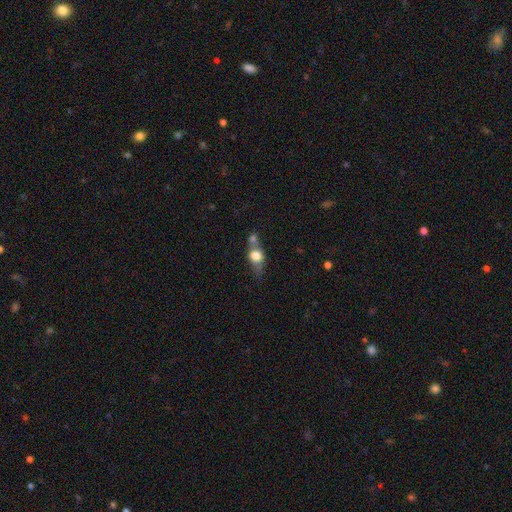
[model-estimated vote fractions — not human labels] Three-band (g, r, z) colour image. It shows a smooth galaxy with no disk features (62%) that is in between round and cigar-shaped (50%). Merging: merger (41%).